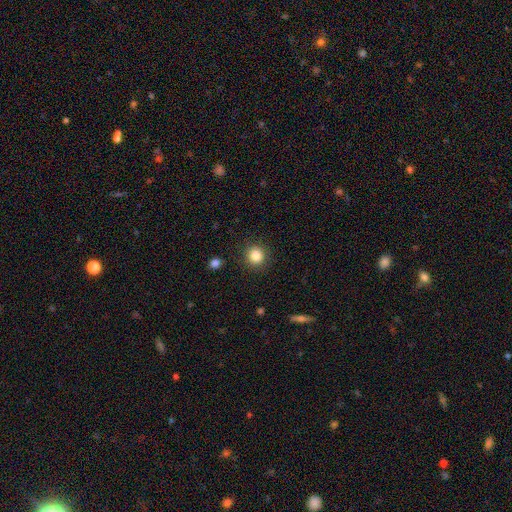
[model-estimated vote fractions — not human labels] smooth-or-featured: smooth: 84% | star or artifact: 11% | featured or disk: 5%
  how-rounded: round: 92% | in between: 7% | cigar-shaped: 1%
  merging: none: 90% | minor disturbance: 6% | major disturbance: 2% | merger: 1%